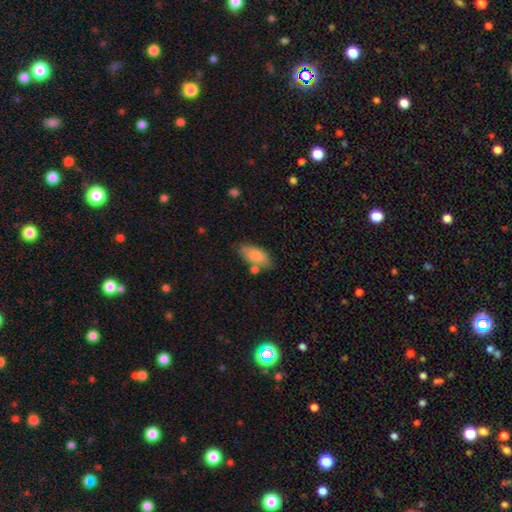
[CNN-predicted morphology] Smooth or featured? Predicted: smooth (p=0.81). How rounded? Predicted: in between (p=0.90). Merging? Predicted: none (p=0.66).